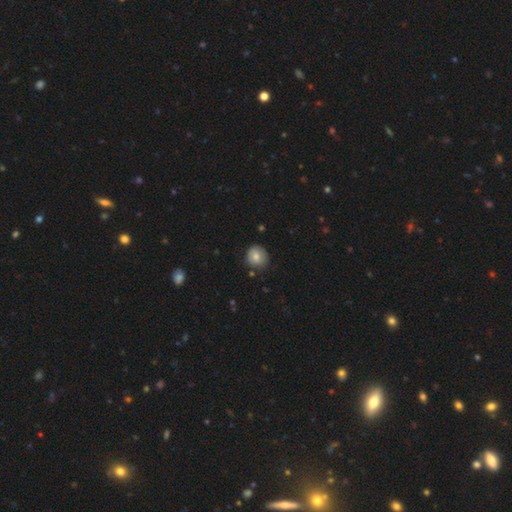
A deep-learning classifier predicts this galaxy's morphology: Overall: smooth (75%). How rounded: round (88%). Merging: none (80%).